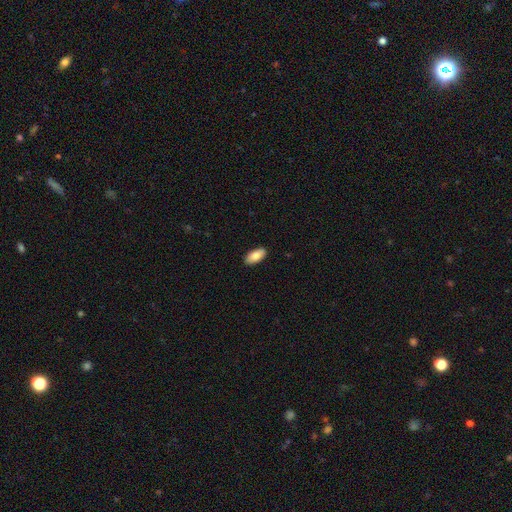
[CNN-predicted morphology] This appears to be a smooth galaxy with no disk features (84%) that is in between round and cigar-shaped (92%). Merging: none (90%).